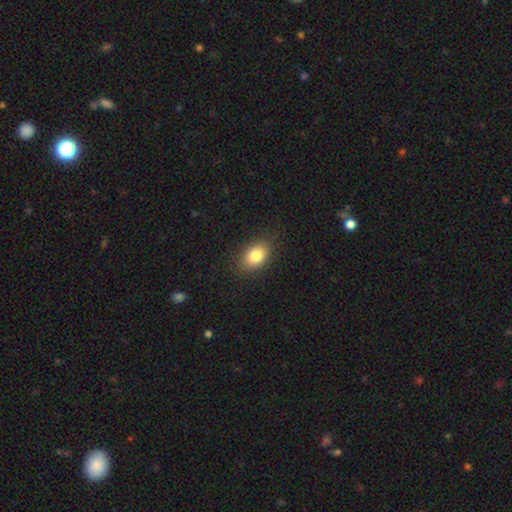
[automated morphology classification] A smooth galaxy with no disk features (82%) that is in between round and cigar-shaped (80%).

Vote fractions:
- Smooth or featured? smooth: 82% / star or artifact: 9% / featured or disk: 9%
- How rounded? in between: 80% / round: 18% / cigar-shaped: 1%
- Merging? none: 86% / minor disturbance: 11% / major disturbance: 3% / merger: 1%